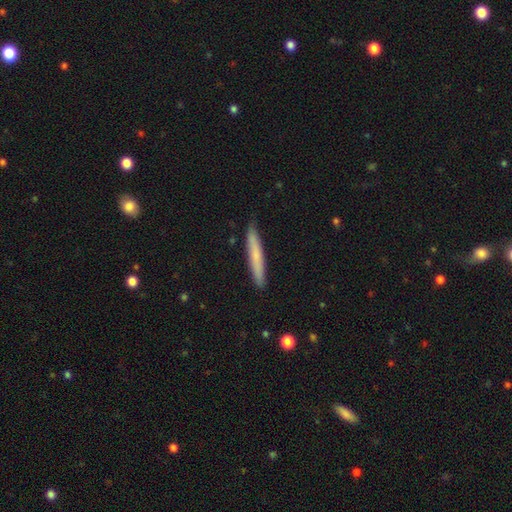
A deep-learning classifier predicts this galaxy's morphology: smooth 67%, featured or disk 27%, star or artifact 6%. Down the decision tree: how rounded — cigar-shaped (96%); merging — none (90%).